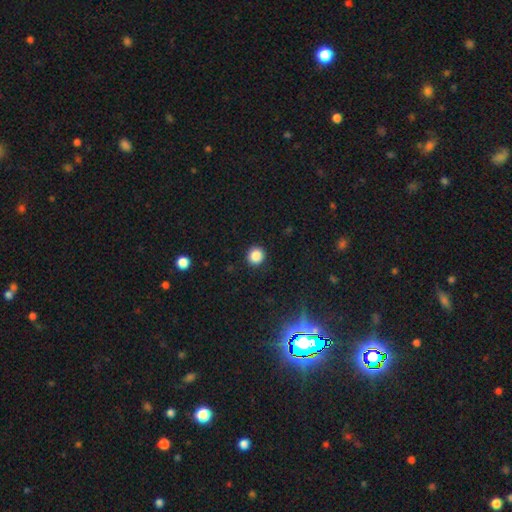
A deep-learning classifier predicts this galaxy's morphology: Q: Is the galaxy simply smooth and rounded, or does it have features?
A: smooth — 86%.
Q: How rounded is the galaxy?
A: round — 91%.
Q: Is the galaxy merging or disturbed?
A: none — 91%.